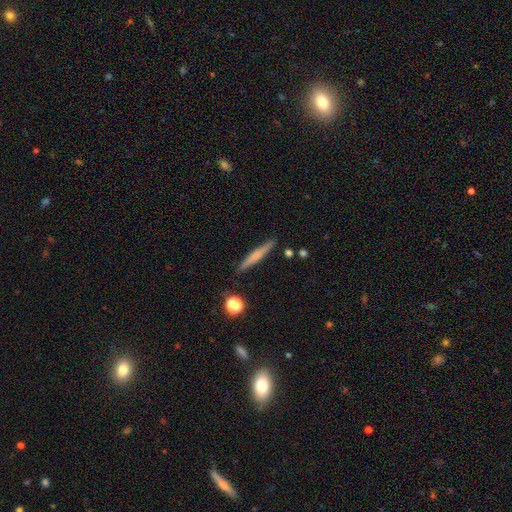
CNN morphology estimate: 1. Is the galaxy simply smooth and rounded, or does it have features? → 55% smooth, 37% featured or disk, 7% star or artifact.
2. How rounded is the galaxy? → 94% cigar-shaped, 4% in between, 2% round.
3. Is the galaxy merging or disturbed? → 88% none, 8% minor disturbance, 2% merger, 2% major disturbance.